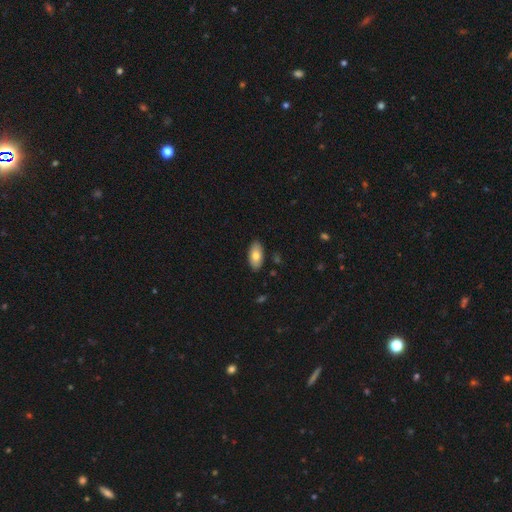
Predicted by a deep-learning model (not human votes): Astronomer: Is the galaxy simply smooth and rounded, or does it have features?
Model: smooth — 78%.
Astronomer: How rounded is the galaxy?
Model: in between — 94%.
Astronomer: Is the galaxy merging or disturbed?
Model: none — 88%.